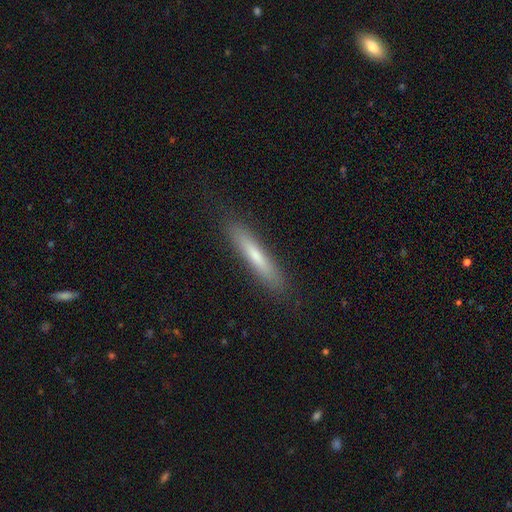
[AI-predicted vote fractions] smooth-or-featured: smooth: 66% | featured or disk: 27% | star or artifact: 7%
  how-rounded: cigar-shaped: 92% | in between: 7% | round: 1%
  merging: none: 88% | minor disturbance: 9% | major disturbance: 2% | merger: 1%